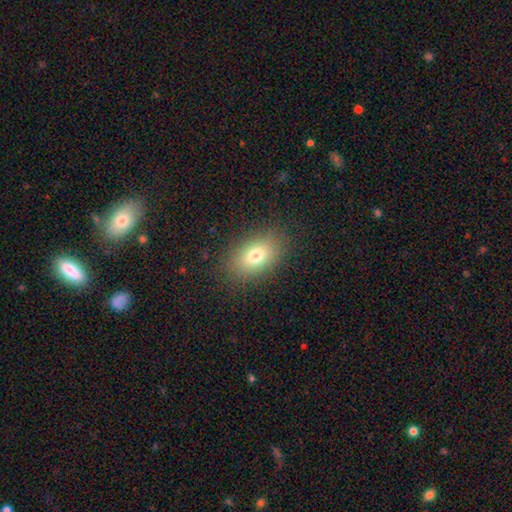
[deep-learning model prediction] This appears to be a smooth galaxy with no disk features (75%) that is in between round and cigar-shaped (83%). Merging: none (85%).